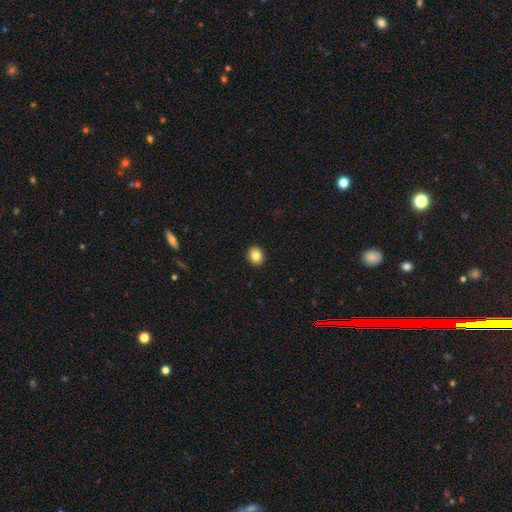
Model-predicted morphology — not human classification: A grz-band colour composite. It shows a smooth galaxy with no disk features (84%) that is round (64%). Merging: none (92%).